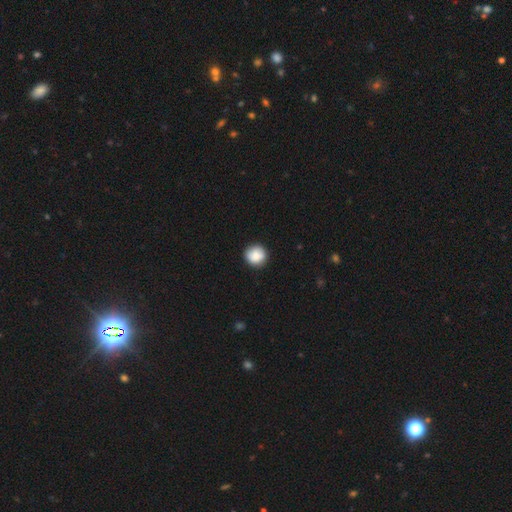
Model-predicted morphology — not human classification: A smooth galaxy with no disk features (86%) that is round (93%). Merging: none (88%).